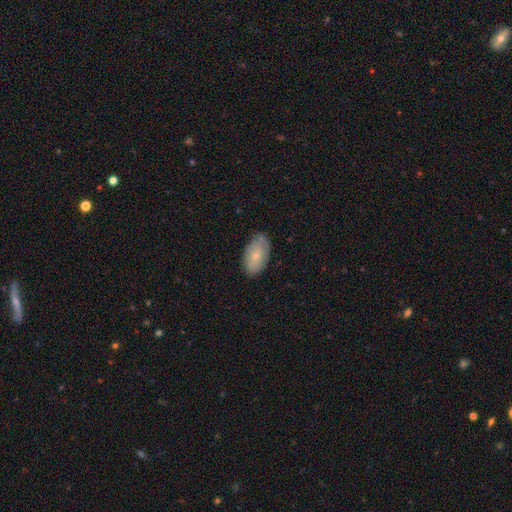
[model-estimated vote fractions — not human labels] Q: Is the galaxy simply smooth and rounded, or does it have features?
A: smooth — 69%.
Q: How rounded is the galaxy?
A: in between — 94%.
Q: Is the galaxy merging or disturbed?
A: none — 78%.